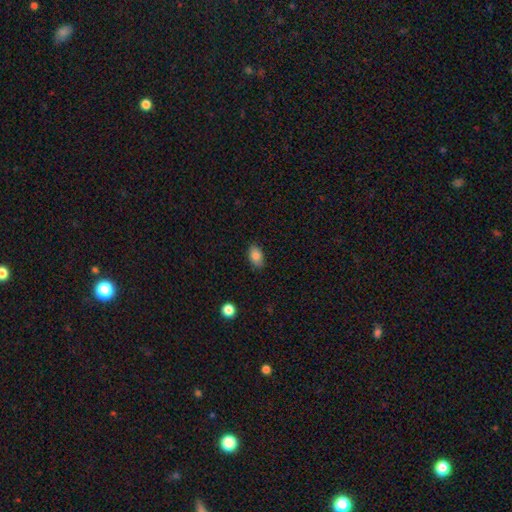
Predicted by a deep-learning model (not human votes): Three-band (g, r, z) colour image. It shows a smooth galaxy with no disk features (84%) that is in between round and cigar-shaped (90%). Merging: none (83%).